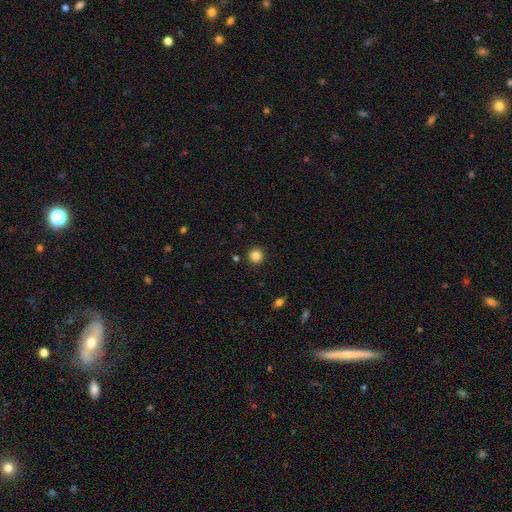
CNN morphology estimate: Q: Smooth or featured?
A: smooth (84%); runner-up: star or artifact (12%)
Q: How rounded?
A: round (95%); runner-up: in between (4%)
Q: Merging?
A: none (92%); runner-up: minor disturbance (5%)